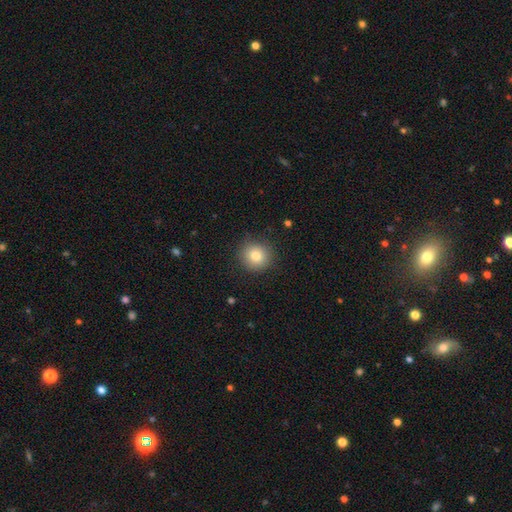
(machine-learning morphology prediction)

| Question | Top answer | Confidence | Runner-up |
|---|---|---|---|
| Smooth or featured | smooth | 82% | star or artifact (10%) |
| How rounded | round | 90% | in between (9%) |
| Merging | none | 88% | minor disturbance (9%) |